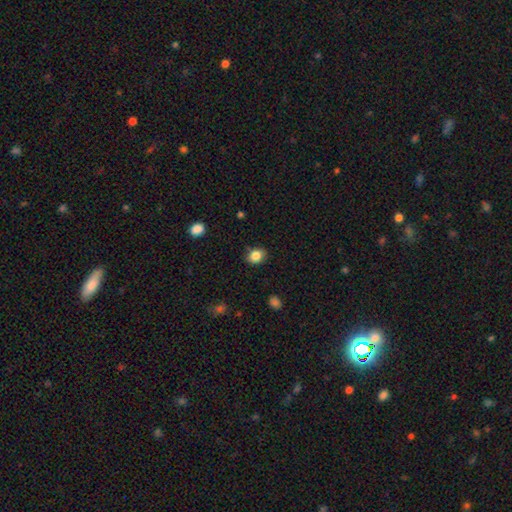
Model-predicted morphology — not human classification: Q: Smooth or featured?
A: smooth (84%); runner-up: star or artifact (10%)
Q: How rounded?
A: round (53%); runner-up: in between (46%)
Q: Merging?
A: none (83%); runner-up: minor disturbance (13%)